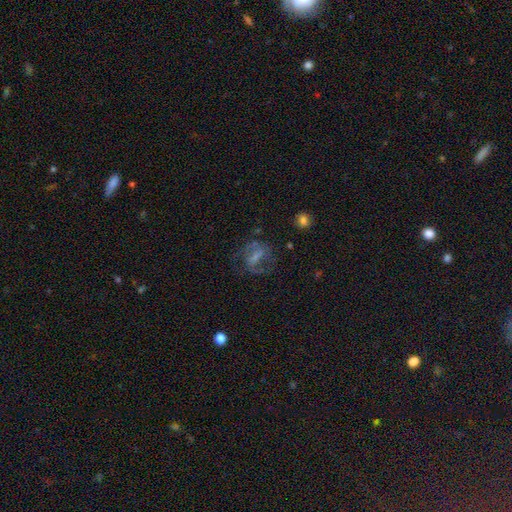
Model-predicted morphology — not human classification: featured or disk 56%, smooth 31%, star or artifact 13%. Down the decision tree: edge-on disk — no (95%); bar — strong (37%, tied with weak); spiral arms — yes (64%); bulge size — none (41%); merging — none (51%).